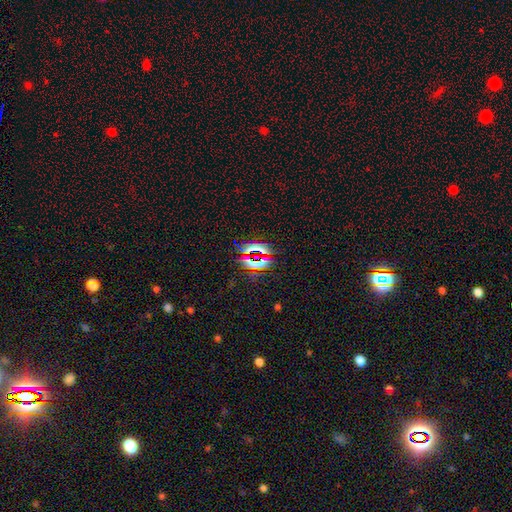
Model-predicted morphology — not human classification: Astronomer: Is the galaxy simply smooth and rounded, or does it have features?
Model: star or artifact — 69%.